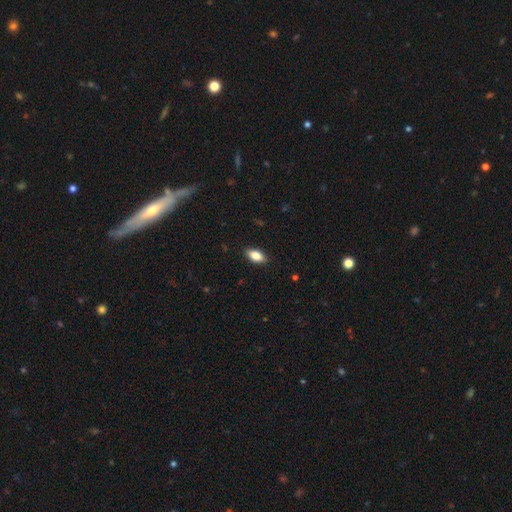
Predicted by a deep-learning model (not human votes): Smooth or featured? Predicted: smooth (p=0.84). How rounded? Predicted: in between (p=0.89). Merging? Predicted: none (p=0.88).